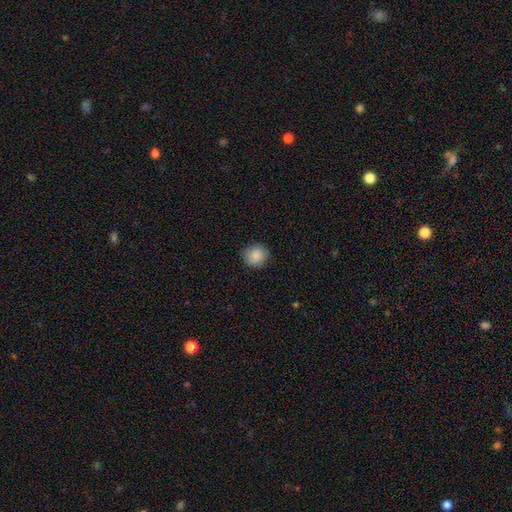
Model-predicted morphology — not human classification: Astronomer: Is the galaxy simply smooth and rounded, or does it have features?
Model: smooth — 87%.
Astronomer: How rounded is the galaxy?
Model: round — 87%.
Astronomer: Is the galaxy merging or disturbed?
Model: none — 87%.